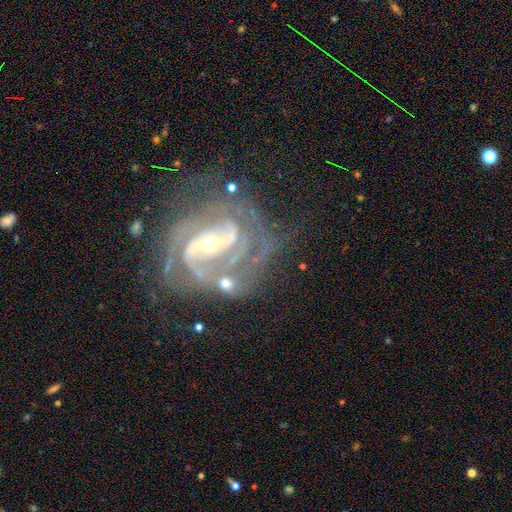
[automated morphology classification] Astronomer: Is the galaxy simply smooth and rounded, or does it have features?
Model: featured or disk — 88%.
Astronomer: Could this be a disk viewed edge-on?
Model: no — 97%.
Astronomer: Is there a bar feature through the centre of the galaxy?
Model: strong — 51% (runner-up: weak, 35%).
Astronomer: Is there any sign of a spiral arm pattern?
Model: yes — 96%.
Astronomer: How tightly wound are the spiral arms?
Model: tight — 58% (runner-up: medium, 34%).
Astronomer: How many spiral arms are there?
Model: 2 — 39% (runner-up: can't tell, 20%).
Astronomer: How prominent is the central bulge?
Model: small — 55% (runner-up: moderate, 39%).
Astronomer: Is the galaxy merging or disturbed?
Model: none — 65%.